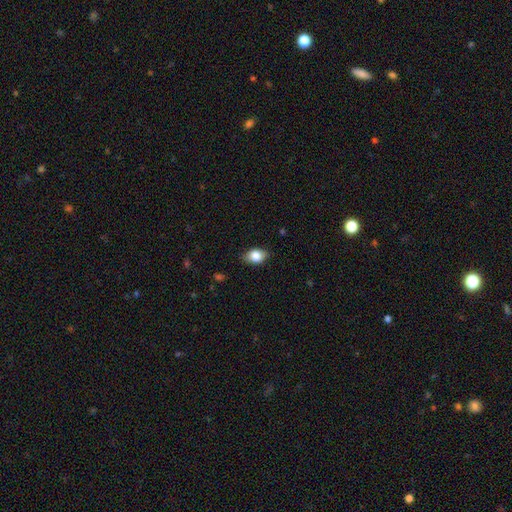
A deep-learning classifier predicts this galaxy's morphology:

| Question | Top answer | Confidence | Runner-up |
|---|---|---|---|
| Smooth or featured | smooth | 80% | featured or disk (12%) |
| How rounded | in between | 80% | round (18%) |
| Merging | none | 82% | minor disturbance (14%) |